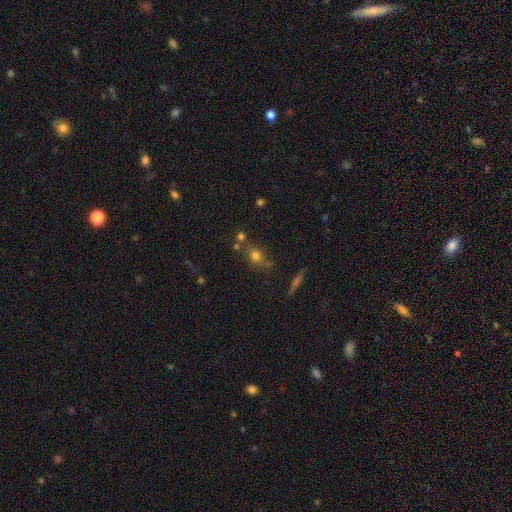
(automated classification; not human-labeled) smooth-or-featured: smooth: 69% | star or artifact: 17% | featured or disk: 14%
  how-rounded: round: 55% | in between: 40% | cigar-shaped: 5%
  merging: none: 59% | merger: 20% | minor disturbance: 15% | major disturbance: 6%